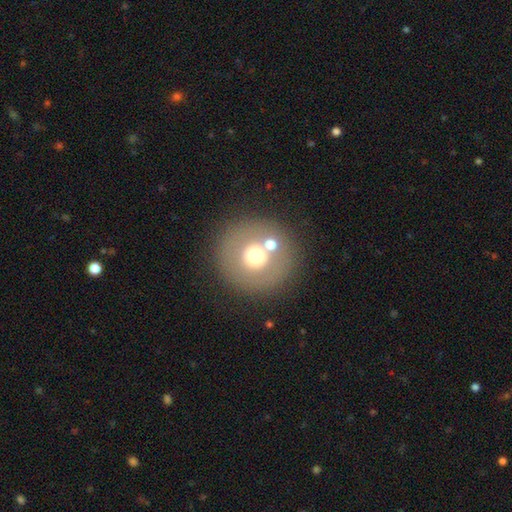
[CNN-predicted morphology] smooth_or_featured: smooth (p=0.61) [alt: featured or disk p=0.24]
how_rounded: round (p=0.95) [alt: in between p=0.04]
merging: none (p=0.76) [alt: merger p=0.12]